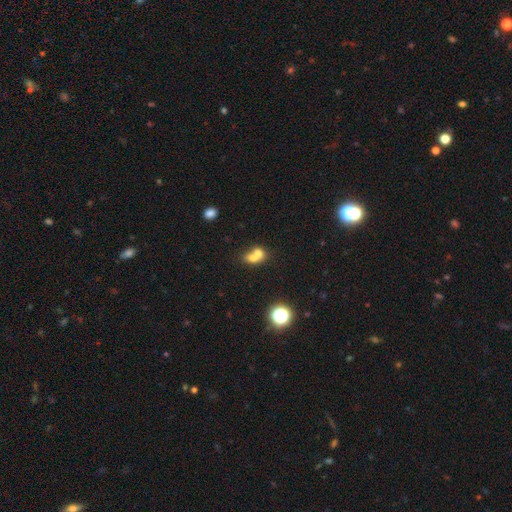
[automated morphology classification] Smooth or featured? smooth (67%)
How rounded? round (53%)
Merging? merger (71%)